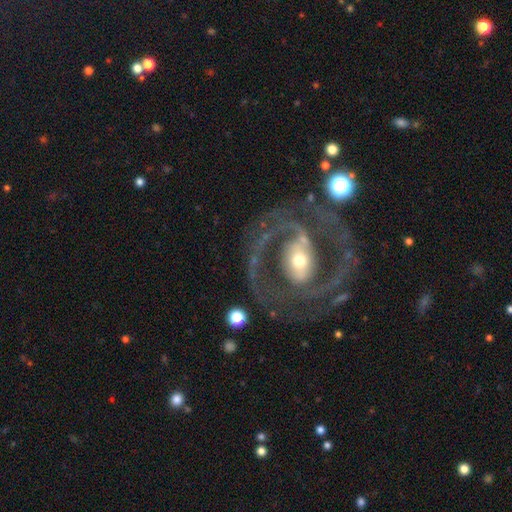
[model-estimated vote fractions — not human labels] Q: Smooth or featured?
A: featured or disk (88%); runner-up: smooth (6%)
Q: Edge-on disk?
A: no (97%); runner-up: yes (3%)
Q: Bar?
A: strong (40%); runner-up: no (30%)
Q: Spiral arms?
A: yes (92%); runner-up: no (8%)
Q: Spiral winding?
A: medium (49%); runner-up: tight (39%)
Q: Spiral arm count?
A: 2 (85%); runner-up: can't tell (5%)
Q: Bulge size?
A: moderate (51%); runner-up: small (38%)
Q: Merging?
A: none (75%); runner-up: minor disturbance (12%)